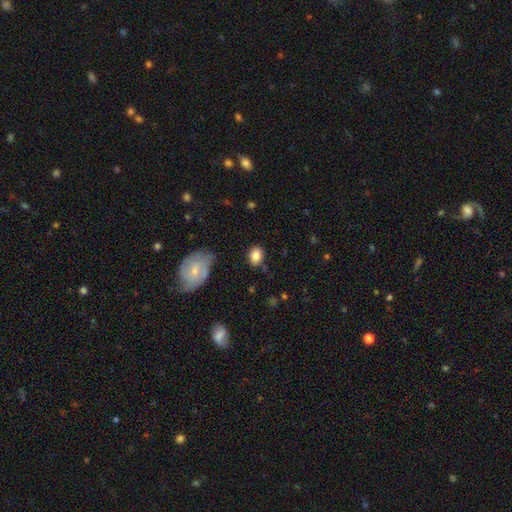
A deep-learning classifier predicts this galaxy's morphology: Smooth or featured?
  - smooth: 83% *
  - featured or disk: 9%
  - star or artifact: 8%
How rounded?
  - in between: 68% *
  - round: 30%
  - cigar-shaped: 1%
Merging?
  - none: 78% *
  - minor disturbance: 16%
  - major disturbance: 4%
  - merger: 3%